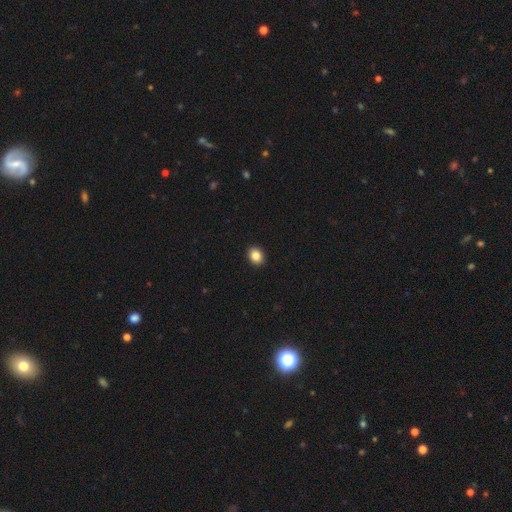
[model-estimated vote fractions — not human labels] A smooth galaxy with no disk features (86%) that is round (56%).

Vote fractions:
- Smooth or featured? smooth: 86% / star or artifact: 9% / featured or disk: 5%
- How rounded? round: 56% / in between: 43% / cigar-shaped: 1%
- Merging? none: 92% / minor disturbance: 5% / major disturbance: 1% / merger: 1%